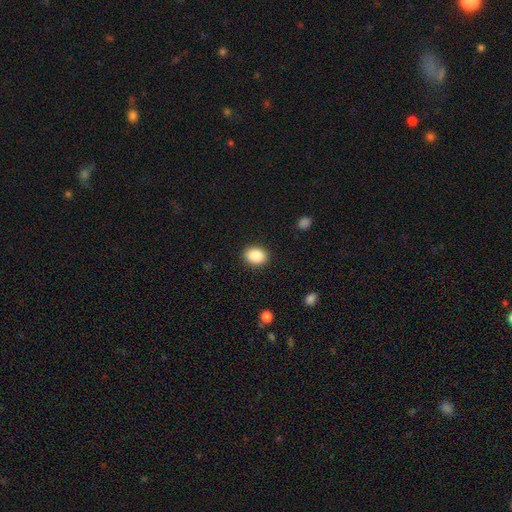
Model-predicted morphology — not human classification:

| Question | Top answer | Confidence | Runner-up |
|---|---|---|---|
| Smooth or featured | smooth | 87% | star or artifact (8%) |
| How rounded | in between | 58% | round (41%) |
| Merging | none | 89% | minor disturbance (8%) |